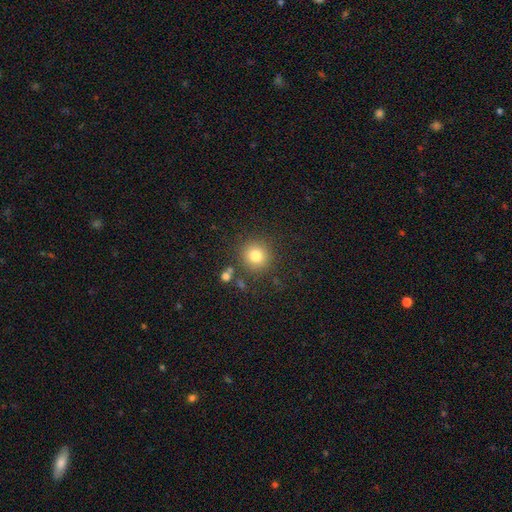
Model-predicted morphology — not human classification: This appears to be a smooth galaxy with no disk features (80%) that is round (93%). Merging: none (86%).